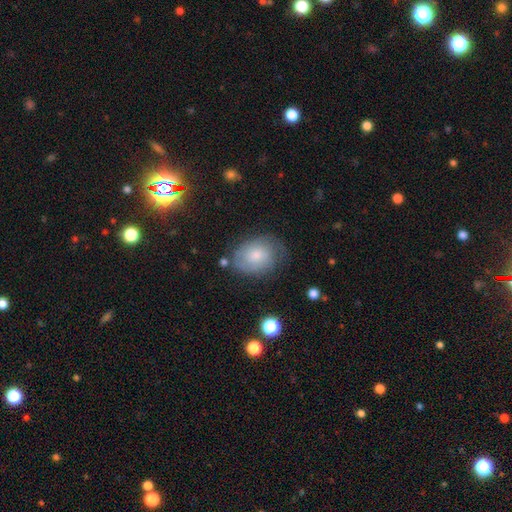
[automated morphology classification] Q: Smooth or featured?
A: smooth (52%); runner-up: featured or disk (39%)
Q: How rounded?
A: in between (60%); runner-up: round (39%)
Q: Merging?
A: none (65%); runner-up: minor disturbance (24%)